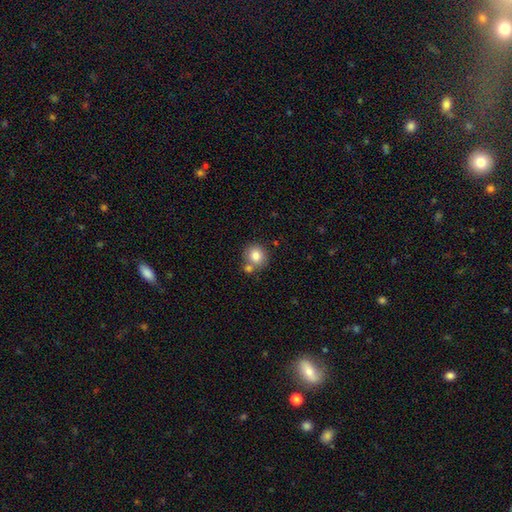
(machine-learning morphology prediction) smooth_or_featured: smooth (p=0.81) [alt: featured or disk p=0.10]
how_rounded: round (p=0.86) [alt: in between p=0.13]
merging: none (p=0.62) [alt: merger p=0.24]